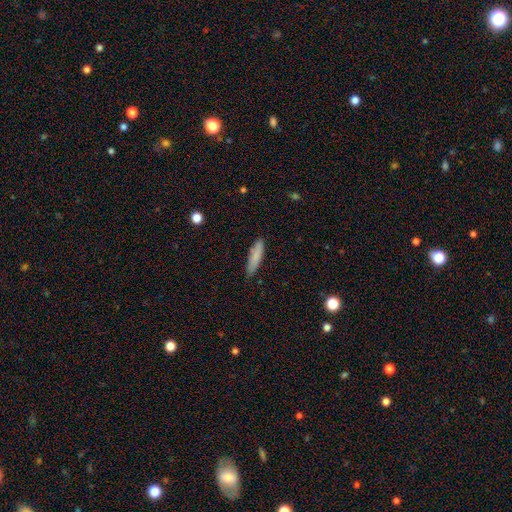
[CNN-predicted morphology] A smooth galaxy with no disk features (83%) that is cigar-shaped (76%). Merging: none (84%).